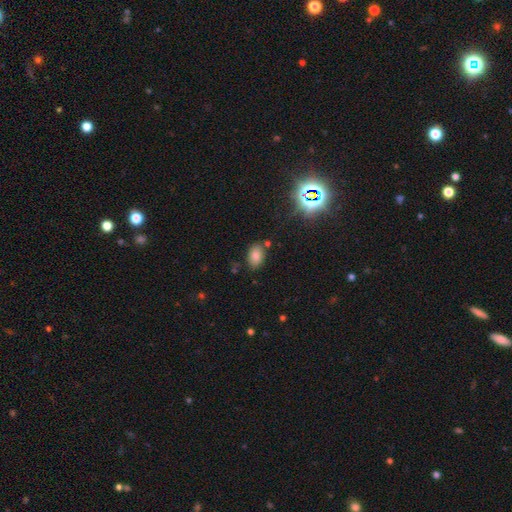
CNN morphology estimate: Q: Smooth or featured?
A: smooth (77%); runner-up: star or artifact (15%)
Q: How rounded?
A: in between (85%); runner-up: round (14%)
Q: Merging?
A: none (80%); runner-up: minor disturbance (12%)